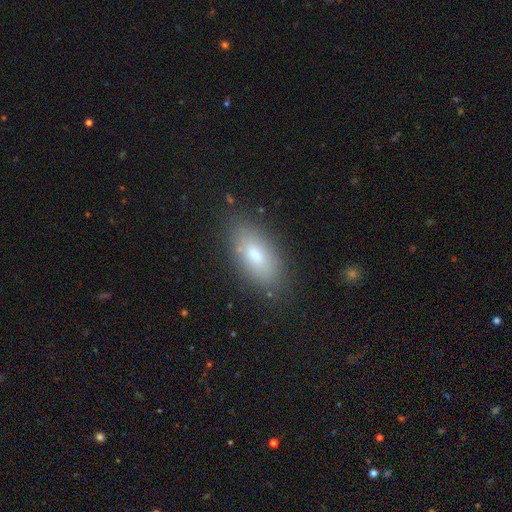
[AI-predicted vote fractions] A smooth galaxy with no disk features (76%) that is in between round and cigar-shaped (87%). Merging: none (82%).